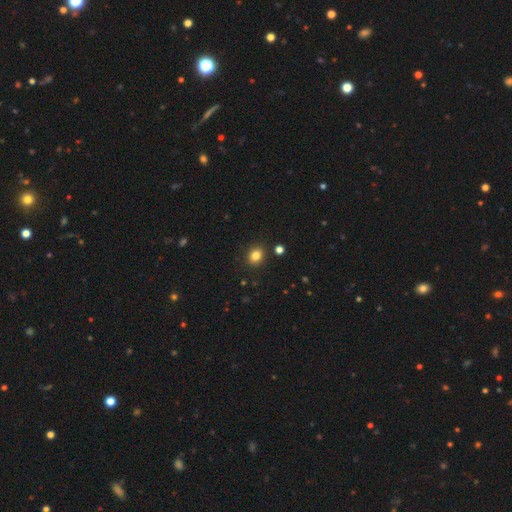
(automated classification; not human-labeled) A smooth galaxy with no disk features (83%) that is round (68%). Merging: none (88%).